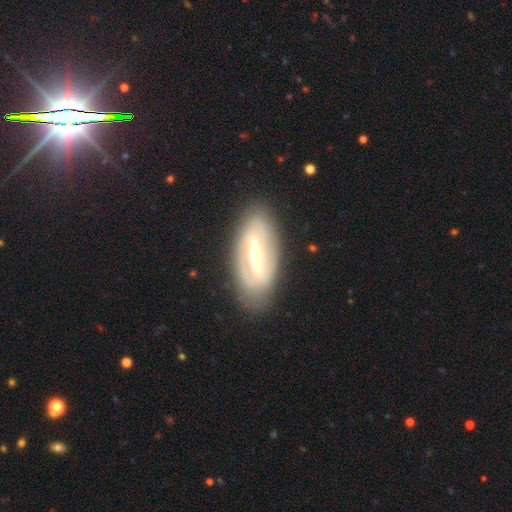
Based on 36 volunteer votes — smooth-or-featured: featured or disk: 69% | smooth: 25% | star or artifact: 6%
  disk-edge-on: no: 88% | yes: 12%
    bar: strong: 73% | weak: 23% | no: 5%
    has-spiral-arms: yes: 73% | no: 27%
      spiral-winding: tight: 50% | loose: 31% | medium: 19%
      spiral-arm-count: 2: 88% | 1: 6% | can't tell: 6% | 3: 0% | 4: 0% | more than 4: 0%
    bulge-size: small: 59% | moderate: 36% | dominant: 5% | large: 0% | none: 0%
  merging: none: 74% | minor disturbance: 21% | major disturbance: 3% | merger: 3%